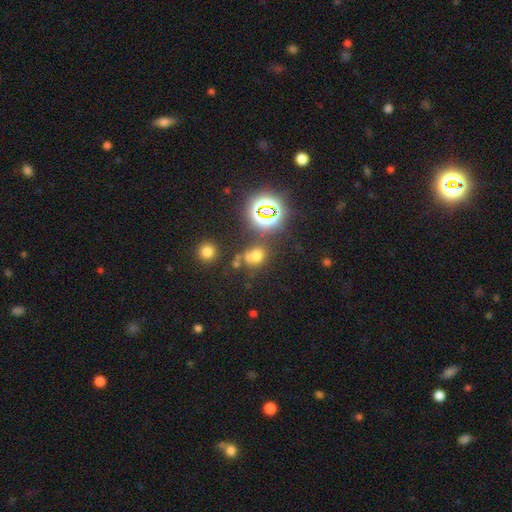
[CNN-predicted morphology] smooth-or-featured: smooth: 54% | star or artifact: 36% | featured or disk: 10%
  how-rounded: round: 70% | in between: 29% | cigar-shaped: 1%
  merging: none: 60% | merger: 17% | minor disturbance: 14% | major disturbance: 8%